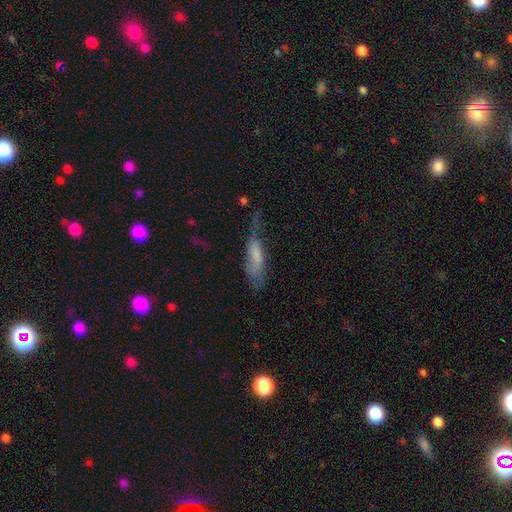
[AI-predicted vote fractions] A smooth galaxy with no disk features (55%) that is cigar-shaped (54%).

Vote fractions:
- Smooth or featured? smooth: 55% / featured or disk: 36% / star or artifact: 9%
- How rounded? cigar-shaped: 54% / in between: 44% / round: 2%
- Merging? major disturbance: 35% / minor disturbance: 30% / none: 30% / merger: 5%